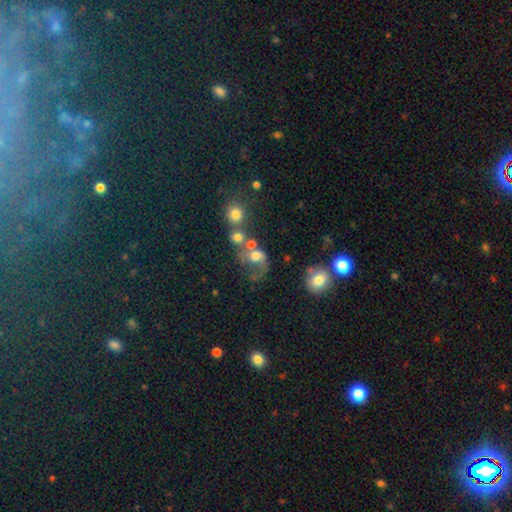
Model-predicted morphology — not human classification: smooth 54%, featured or disk 32%, star or artifact 14%. Down the decision tree: how rounded — round (54%); merging — merger (35%).